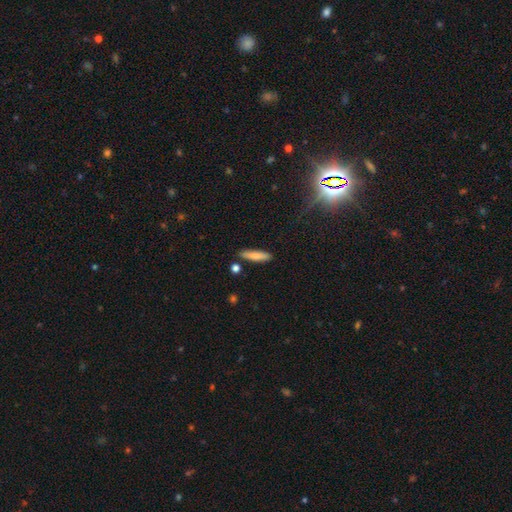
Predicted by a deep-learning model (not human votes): The model was most divided on "how rounded": cigar-shaped: 80%, in between: 18%, round: 2%. More confident: merging — none (86%); smooth or featured — smooth (80%).